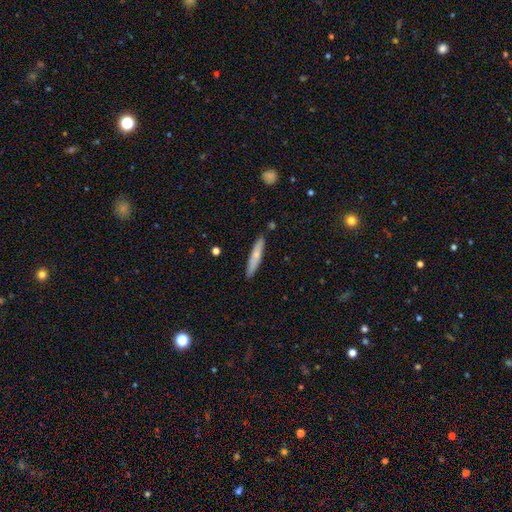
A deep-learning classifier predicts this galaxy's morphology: Smooth or featured: smooth — 67% (featured or disk — 27%)
How rounded: cigar-shaped — 91% (in between — 7%)
Merging: none — 87% (minor disturbance — 9%)